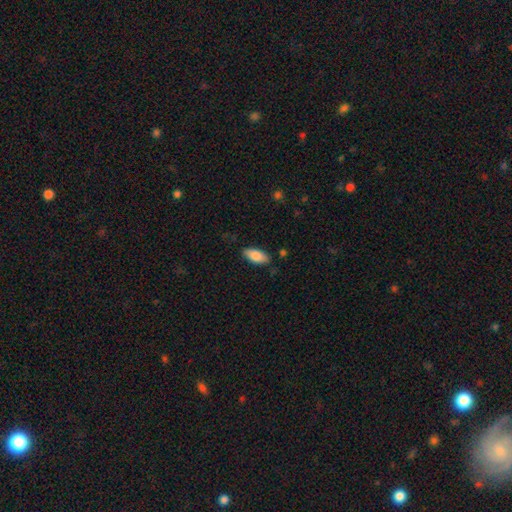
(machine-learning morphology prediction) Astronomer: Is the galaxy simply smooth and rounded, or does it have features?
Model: smooth — 84%.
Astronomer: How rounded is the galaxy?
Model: in between — 88%.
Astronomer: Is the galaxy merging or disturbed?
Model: none — 84%.